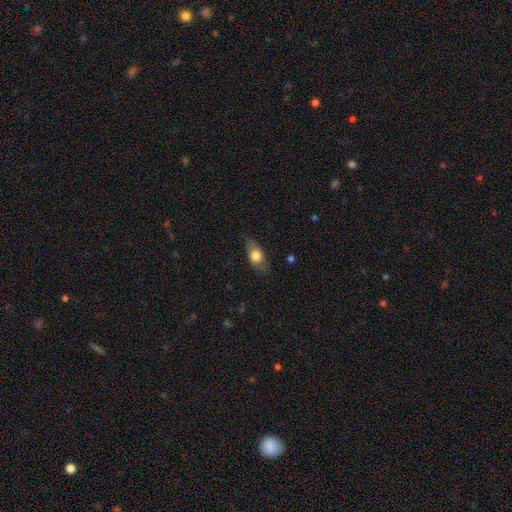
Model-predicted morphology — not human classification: Smooth or featured? Predicted: smooth (p=0.67). How rounded? Predicted: in between (p=0.80). Merging? Predicted: none (p=0.72).